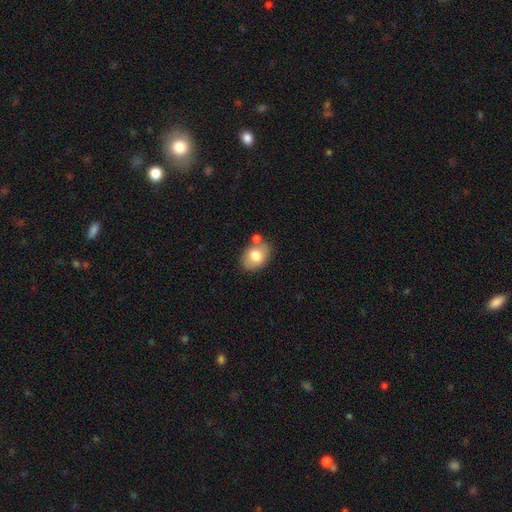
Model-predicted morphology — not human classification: Smooth or featured: smooth — 77% (featured or disk — 16%)
How rounded: in between — 74% (round — 25%)
Merging: none — 68% (minor disturbance — 15%)